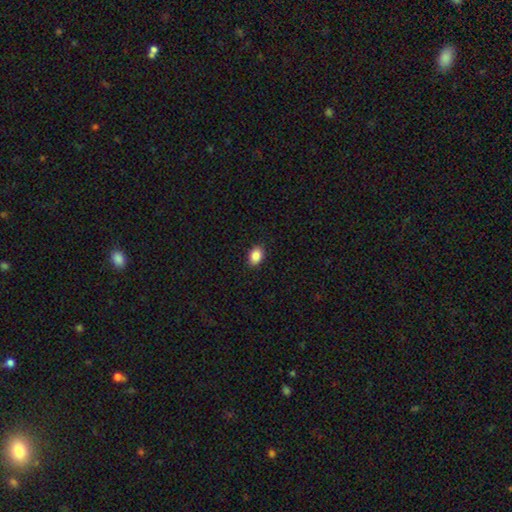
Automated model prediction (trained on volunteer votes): Smooth or featured? Predicted: smooth (p=0.87). How rounded? Predicted: in between (p=0.80). Merging? Predicted: none (p=0.90).